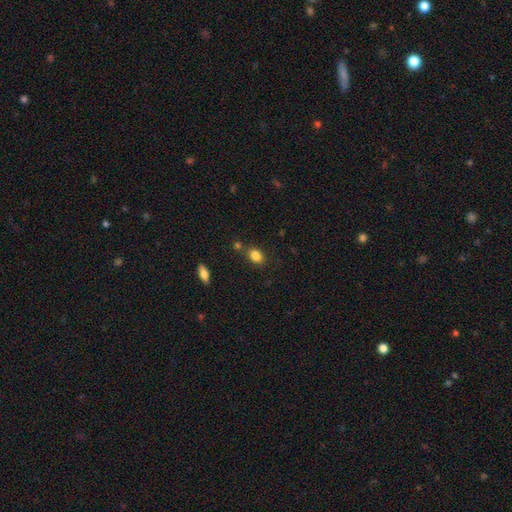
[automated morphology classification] A smooth galaxy with no disk features (84%) that is in between round and cigar-shaped (73%).

Vote fractions:
- Smooth or featured? smooth: 84% / star or artifact: 10% / featured or disk: 7%
- How rounded? in between: 73% / round: 25% / cigar-shaped: 2%
- Merging? none: 73% / minor disturbance: 13% / merger: 10% / major disturbance: 4%